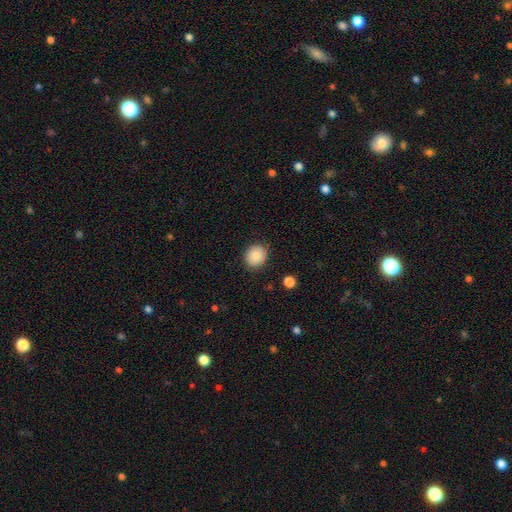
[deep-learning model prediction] Smooth or featured: smooth — 86% (star or artifact — 8%)
How rounded: round — 71% (in between — 28%)
Merging: none — 84% (minor disturbance — 12%)